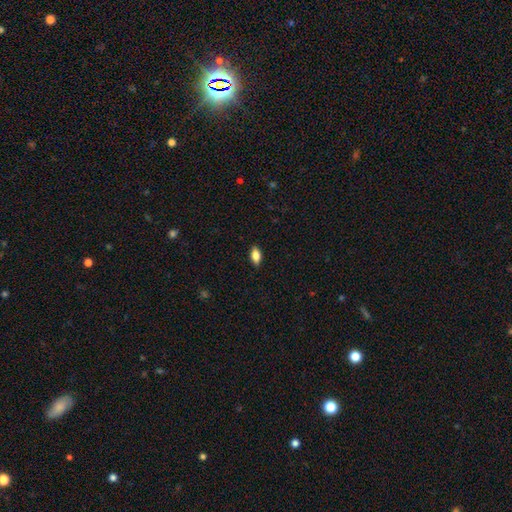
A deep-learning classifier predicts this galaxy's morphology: smooth-or-featured: smooth: 80% | featured or disk: 12% | star or artifact: 8%
  how-rounded: in between: 88% | cigar-shaped: 7% | round: 4%
  merging: none: 88% | minor disturbance: 9% | major disturbance: 2% | merger: 1%